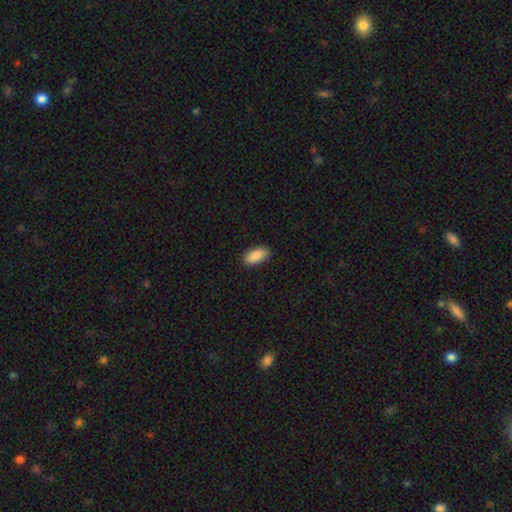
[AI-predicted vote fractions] Smooth or featured? Predicted: smooth (p=0.90). How rounded? Predicted: in between (p=0.93). Merging? Predicted: none (p=0.88).